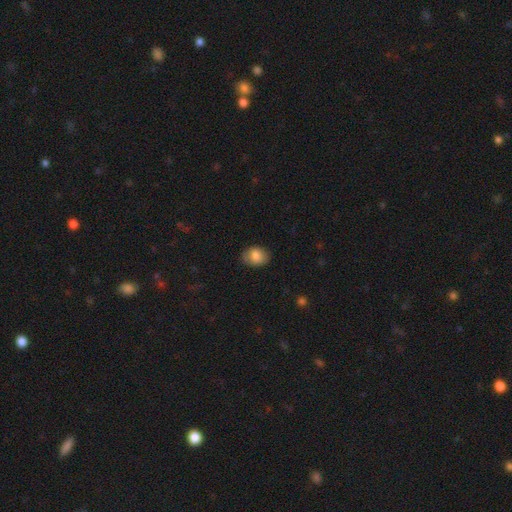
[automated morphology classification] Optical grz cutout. It shows a smooth galaxy with no disk features (84%) that is in between round and cigar-shaped (65%). Merging: none (81%).